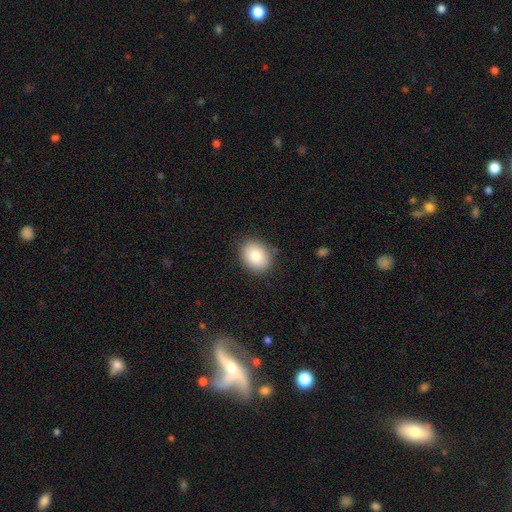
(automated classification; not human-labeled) The model was most divided on "how rounded" (2-way tie): in between: 50%, round: 50%, cigar-shaped: 1%. More confident: merging — none (86%); smooth or featured — smooth (82%).